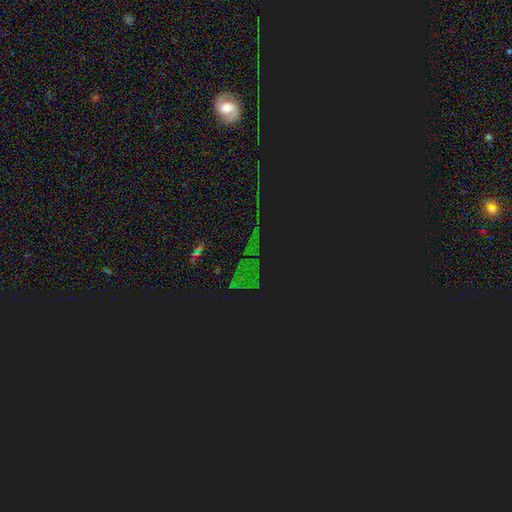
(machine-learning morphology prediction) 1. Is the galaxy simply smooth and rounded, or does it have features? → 84% star or artifact, 9% smooth, 7% featured or disk.